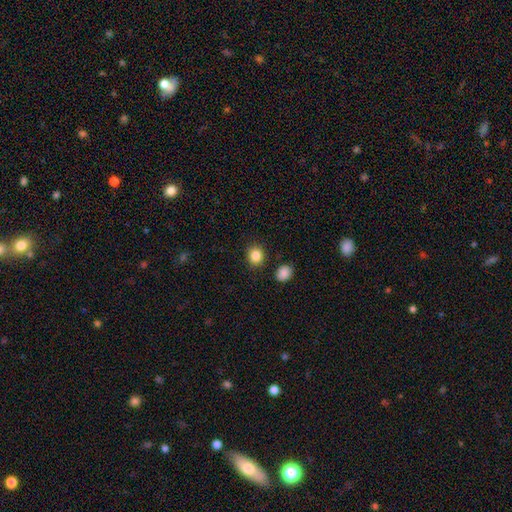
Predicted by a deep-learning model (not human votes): A smooth galaxy with no disk features (86%) that is round (78%). Merging: none (87%).